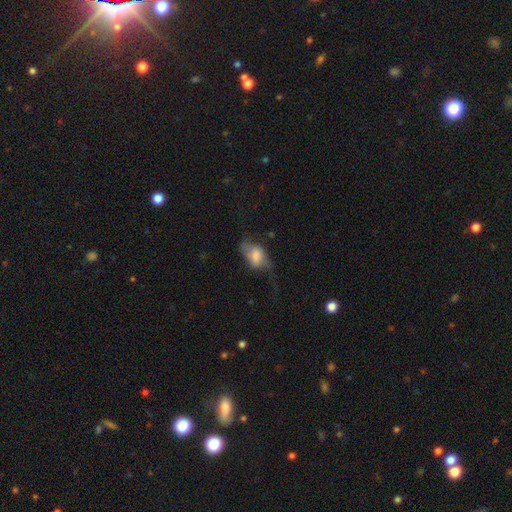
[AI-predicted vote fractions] Morphology: type=smooth (66%); roundness=in between (86%); merging=major disturbance (41%).